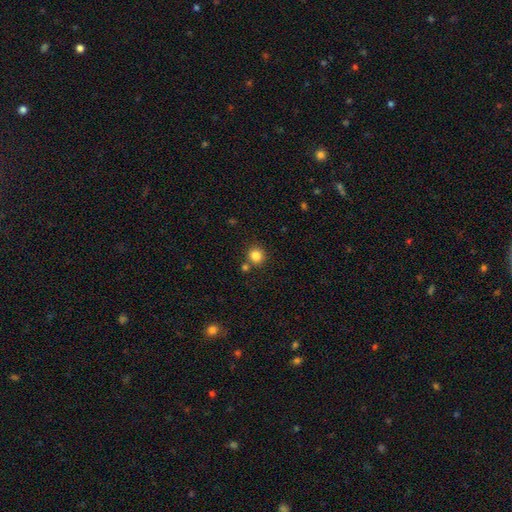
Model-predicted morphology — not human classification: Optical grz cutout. It shows a smooth galaxy with no disk features (84%) that is round (92%). Merging: none (80%).